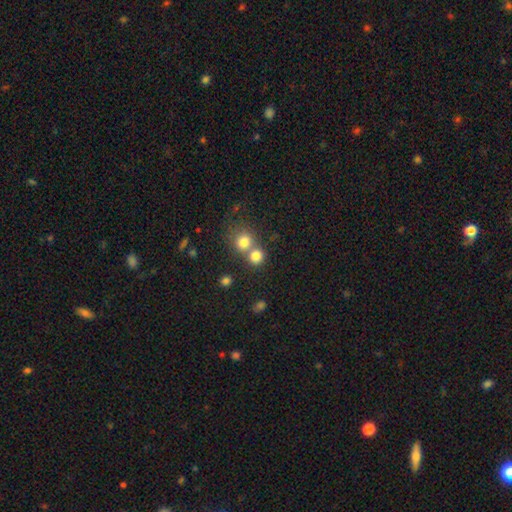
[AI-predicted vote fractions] A smooth galaxy with no disk features (79%) that is round (83%).

Vote fractions:
- Smooth or featured? smooth: 79% / star or artifact: 13% / featured or disk: 8%
- How rounded? round: 83% / in between: 16% / cigar-shaped: 1%
- Merging? none: 47% / merger: 43% / minor disturbance: 7% / major disturbance: 3%